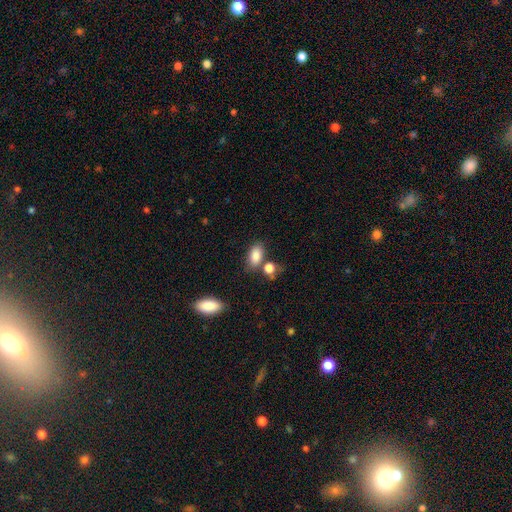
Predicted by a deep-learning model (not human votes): smooth-or-featured: smooth: 85% | star or artifact: 9% | featured or disk: 6%
  how-rounded: in between: 88% | round: 9% | cigar-shaped: 3%
  merging: none: 63% | merger: 18% | minor disturbance: 15% | major disturbance: 5%